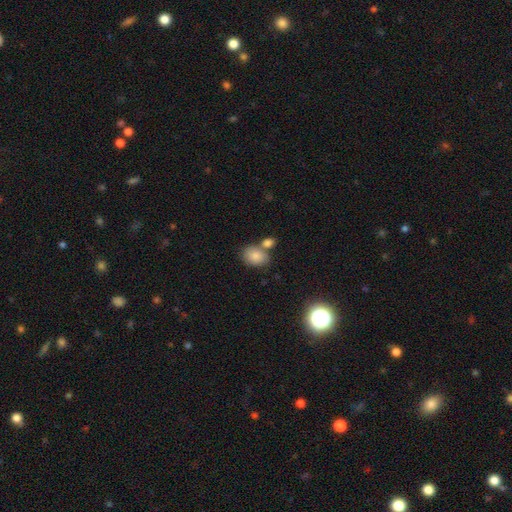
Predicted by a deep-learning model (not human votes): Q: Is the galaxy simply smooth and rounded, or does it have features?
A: smooth — 82%.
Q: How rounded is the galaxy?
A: in between — 70%.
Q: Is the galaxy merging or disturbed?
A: none — 53%.